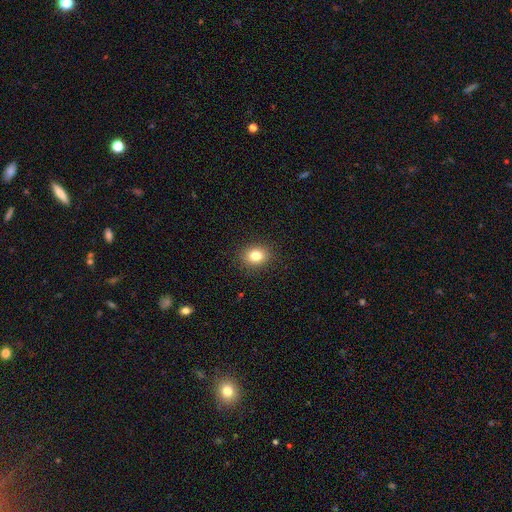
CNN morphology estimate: The model was most divided on "how rounded": round: 57%, in between: 42%, cigar-shaped: 1%. More confident: merging — none (90%); smooth or featured — smooth (81%).